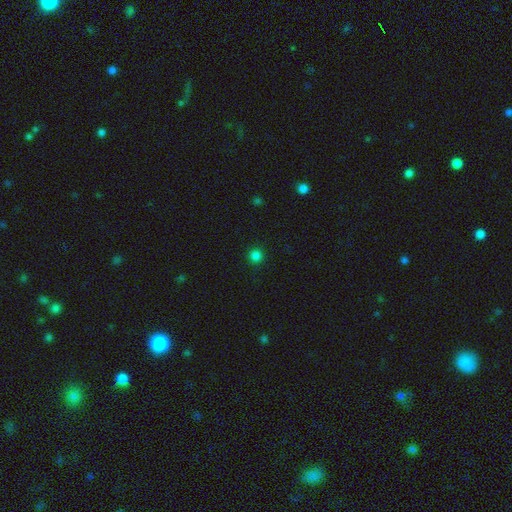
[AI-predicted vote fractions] smooth-or-featured: smooth: 82% | star or artifact: 15% | featured or disk: 3%
  how-rounded: round: 95% | in between: 4% | cigar-shaped: 1%
  merging: none: 92% | minor disturbance: 5% | major disturbance: 2% | merger: 1%